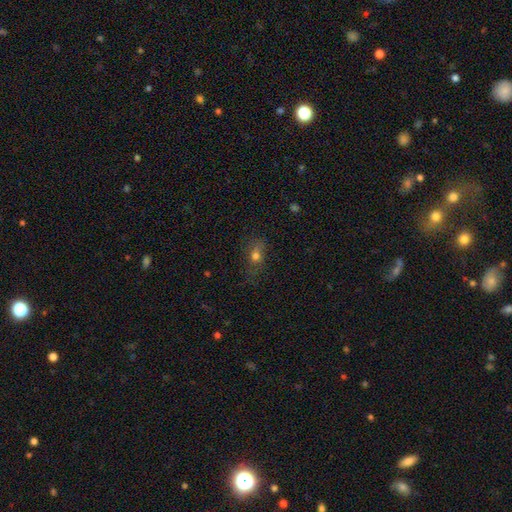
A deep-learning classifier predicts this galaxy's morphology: The model was most divided on "how rounded": in between: 62%, round: 32%, cigar-shaped: 6%. More confident: merging — none (68%); smooth or featured — smooth (65%).